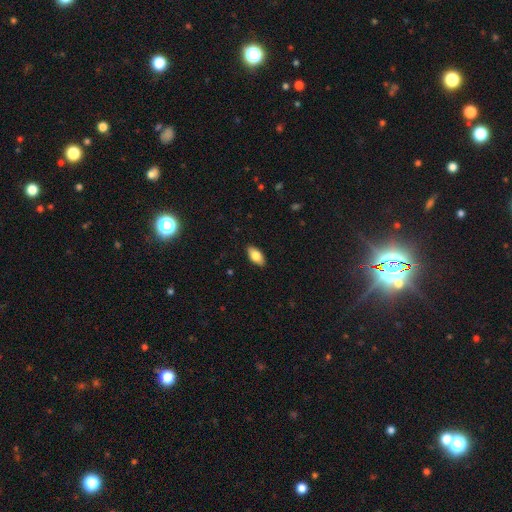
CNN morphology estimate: Smooth or featured? smooth (80%)
How rounded? in between (91%)
Merging? none (89%)